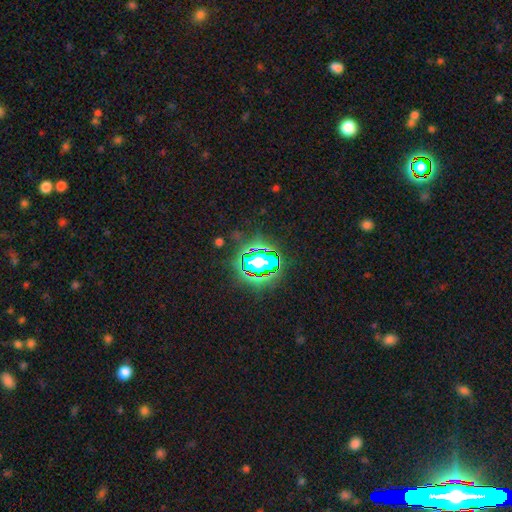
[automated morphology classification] Q: Smooth or featured?
A: star or artifact (81%); runner-up: smooth (12%)